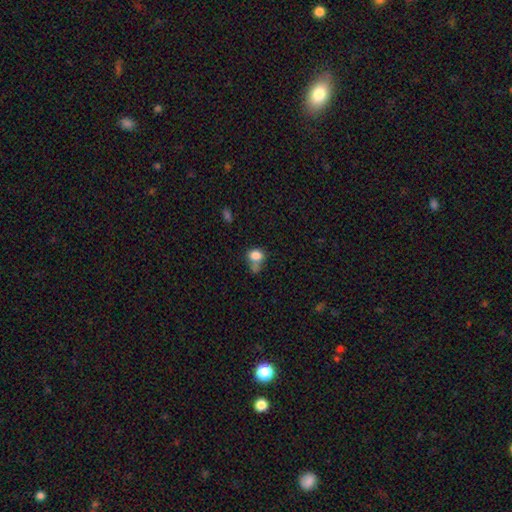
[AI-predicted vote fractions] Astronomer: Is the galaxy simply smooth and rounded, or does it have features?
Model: smooth — 81%.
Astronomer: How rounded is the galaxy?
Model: round — 61% (runner-up: in between, 38%).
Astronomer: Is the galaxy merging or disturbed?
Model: none — 39% (runner-up: merger, 33%).